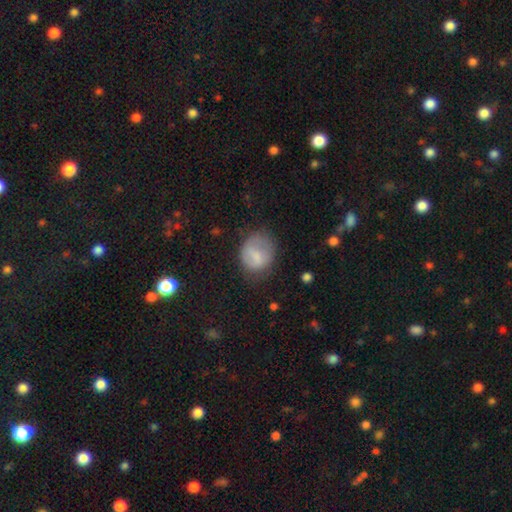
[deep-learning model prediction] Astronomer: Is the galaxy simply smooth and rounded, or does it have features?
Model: smooth — 71%.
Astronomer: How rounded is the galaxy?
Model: round — 58% (runner-up: in between, 41%).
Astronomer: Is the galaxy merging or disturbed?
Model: none — 53% (runner-up: minor disturbance, 28%).